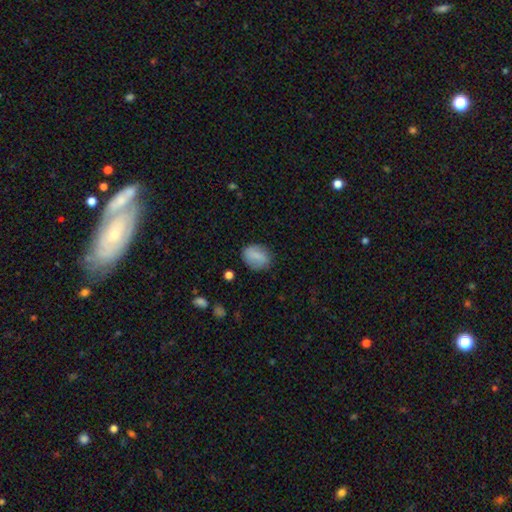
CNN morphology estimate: type=smooth (82%); roundness=in between (65%); merging=none (78%).